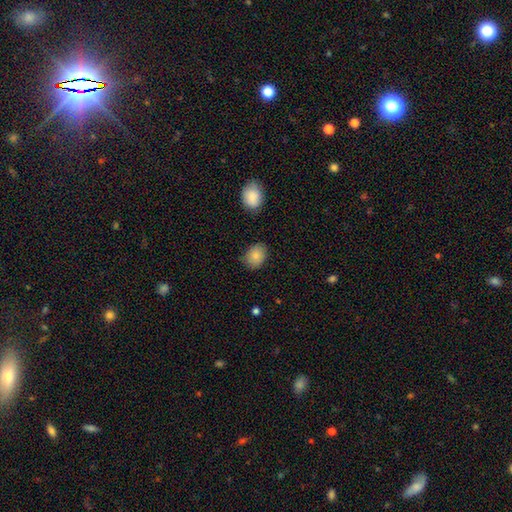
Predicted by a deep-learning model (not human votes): Morphology: type=smooth (85%); roundness=in between (56%); merging=none (79%).